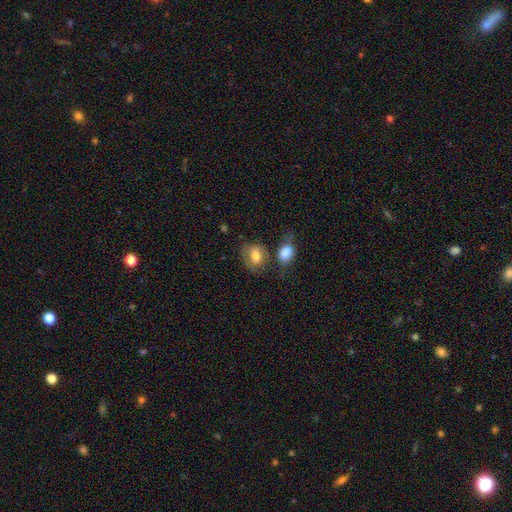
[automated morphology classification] type=smooth (75%); roundness=in between (62%); merging=none (44%).